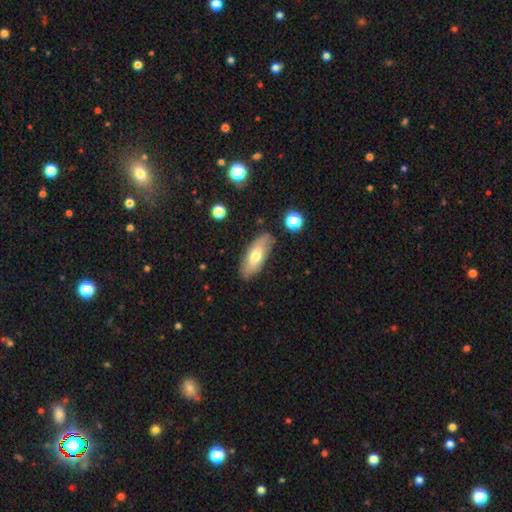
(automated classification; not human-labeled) Overall: smooth (63%; featured or disk 30%). How rounded: in between (78%). Merging: none (82%).